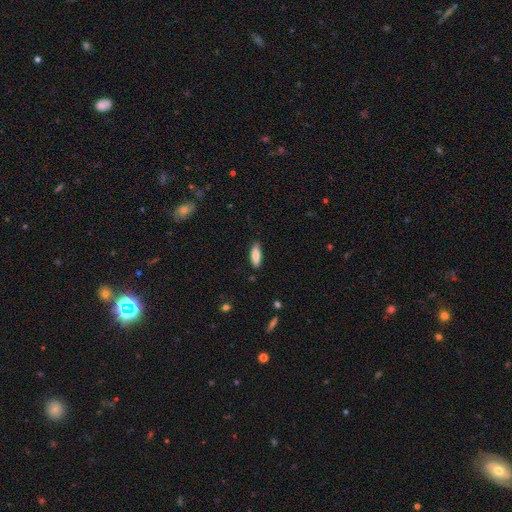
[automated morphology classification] Smooth or featured? Predicted: smooth (p=0.85). How rounded? Predicted: in between (p=0.53). Merging? Predicted: none (p=0.84).